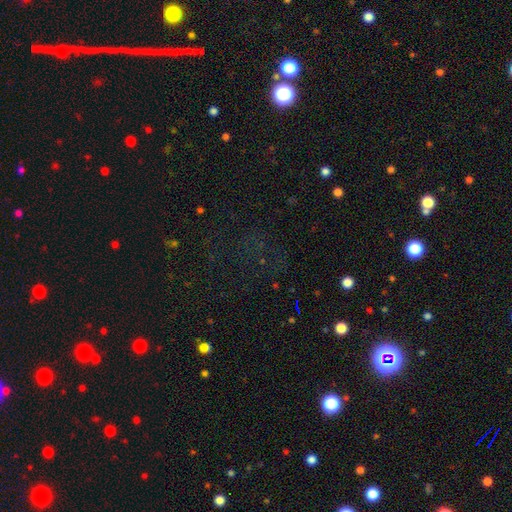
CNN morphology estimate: Smooth or featured? star or artifact (73%)